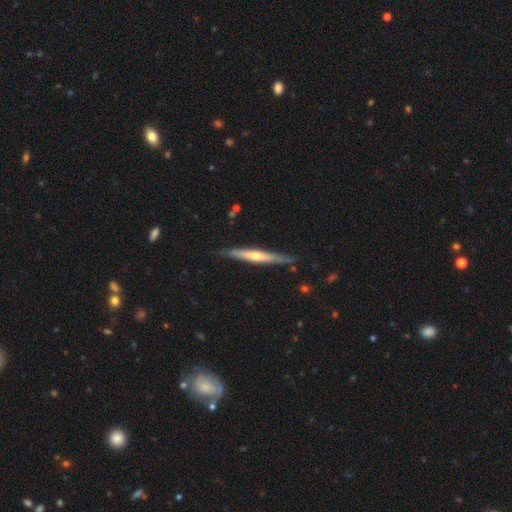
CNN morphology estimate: This appears to be a featured or disk galaxy (65%) viewed edge-on (95%) with a rounded central bulge (73%). Merging: none (85%).